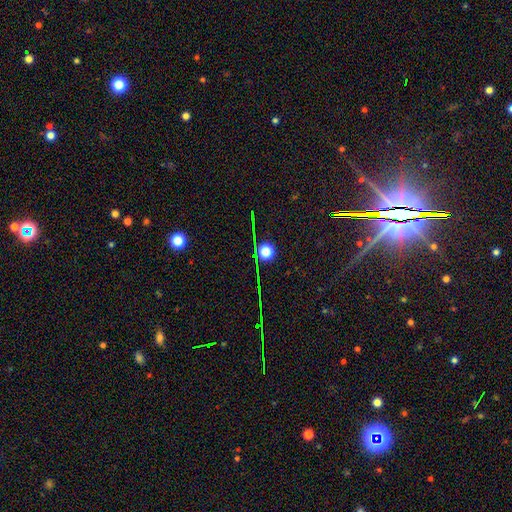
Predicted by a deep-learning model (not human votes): Morphology: type=star or artifact (61%).